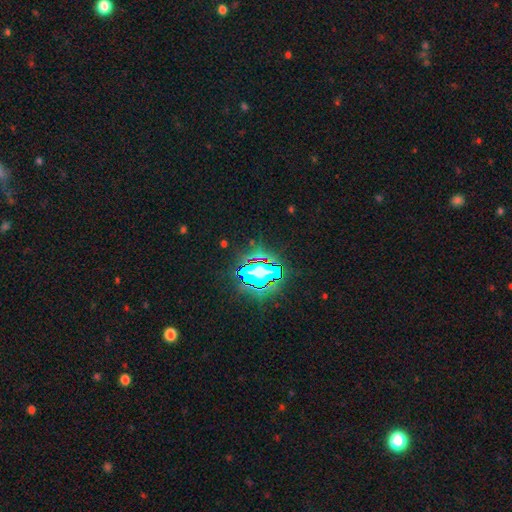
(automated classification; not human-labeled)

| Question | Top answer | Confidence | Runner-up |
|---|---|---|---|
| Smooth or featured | star or artifact | 84% | smooth (9%) |